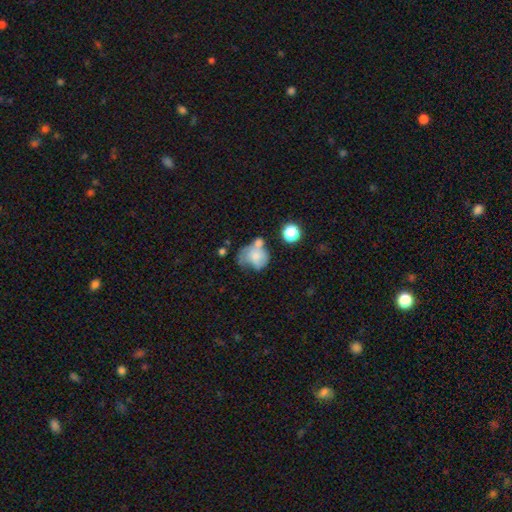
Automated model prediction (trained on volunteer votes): Overall: smooth (59%; featured or disk 31%). How rounded: round (58%; in between 41%). Merging: merger (27%; major disturbance 26%).